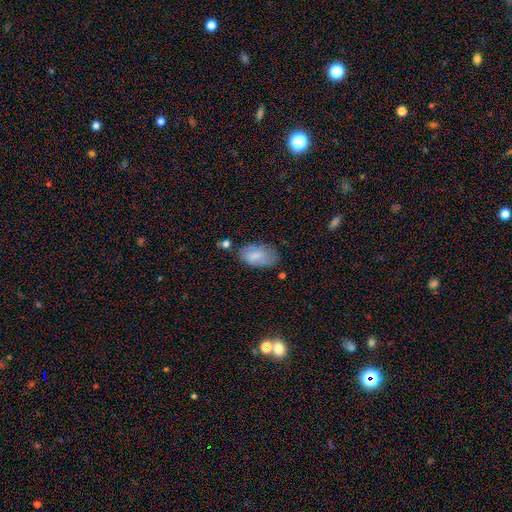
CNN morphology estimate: Q: Smooth or featured?
A: smooth (76%); runner-up: featured or disk (16%)
Q: How rounded?
A: in between (93%); runner-up: round (5%)
Q: Merging?
A: none (60%); runner-up: minor disturbance (27%)